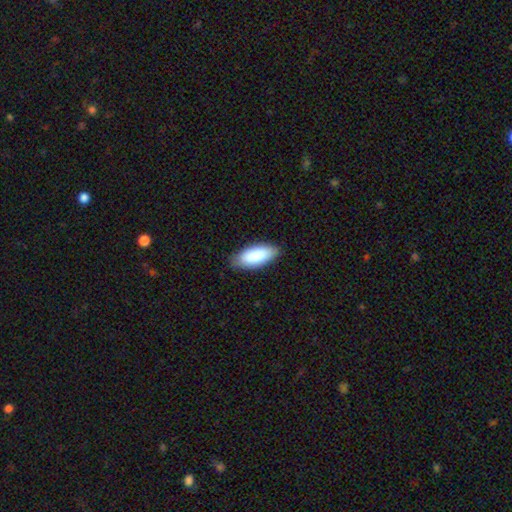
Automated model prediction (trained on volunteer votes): A smooth galaxy with no disk features (88%) that is in between round and cigar-shaped (84%).

Vote fractions:
- Smooth or featured? smooth: 88% / featured or disk: 6% / star or artifact: 5%
- How rounded? in between: 84% / cigar-shaped: 14% / round: 2%
- Merging? none: 85% / minor disturbance: 12% / major disturbance: 2% / merger: 1%